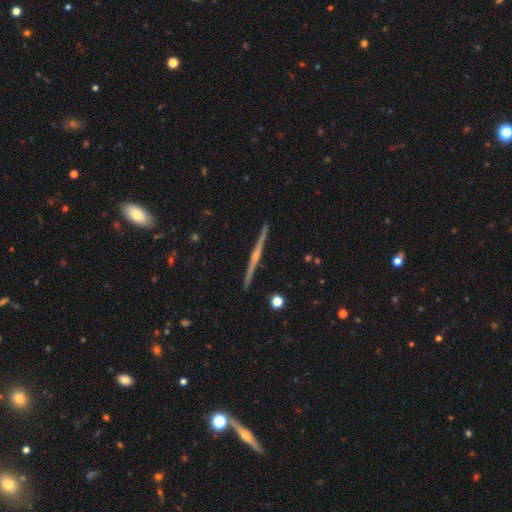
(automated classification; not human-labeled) Smooth or featured?
  - featured or disk: 80% *
  - smooth: 15%
  - star or artifact: 6%
Edge-on disk?
  - yes: 98% *
  - no: 2%
Edge-on bulge?
  - rounded: 59% *
  - none: 31%
  - boxy: 10%
Merging?
  - none: 92% *
  - minor disturbance: 6%
  - major disturbance: 1%
  - merger: 1%